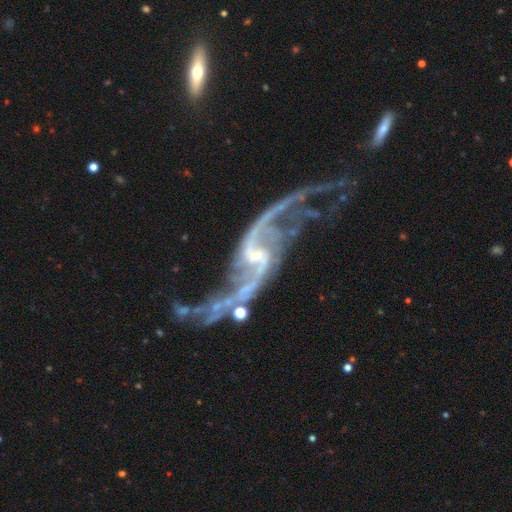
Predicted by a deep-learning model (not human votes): The model was most divided on "merging": none: 37%, major disturbance: 28%, merger: 18%, minor disturbance: 18%. Remaining: spiral arms — yes (97%); edge-on disk — no (95%); smooth or featured — featured or disk (91%); spiral arm count — 2 (90%); spiral winding — loose (85%); bulge size — small (69%); bar — weak (47%).